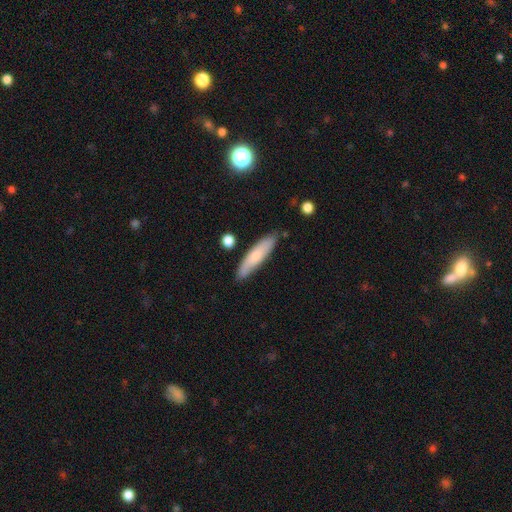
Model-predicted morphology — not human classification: This is likely a smooth galaxy (71%). How rounded: likely cigar-shaped (77%). Merging: clearly none (81%).